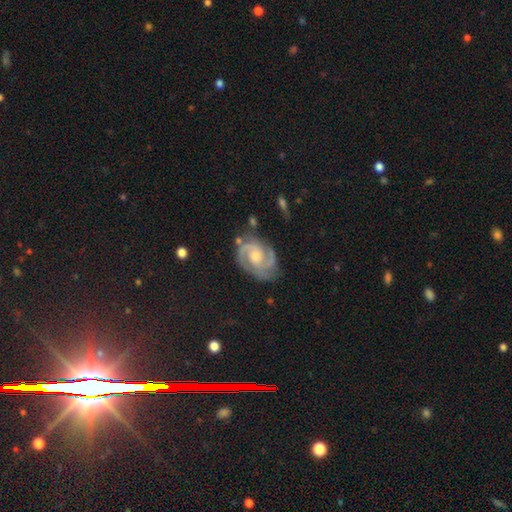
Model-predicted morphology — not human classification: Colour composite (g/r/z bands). It shows a featured or disk galaxy (89%) with no bar (61%), 2 (72%) tight (47%) spiral arms (98%) and a moderate central bulge (55%). Merging: none (70%).